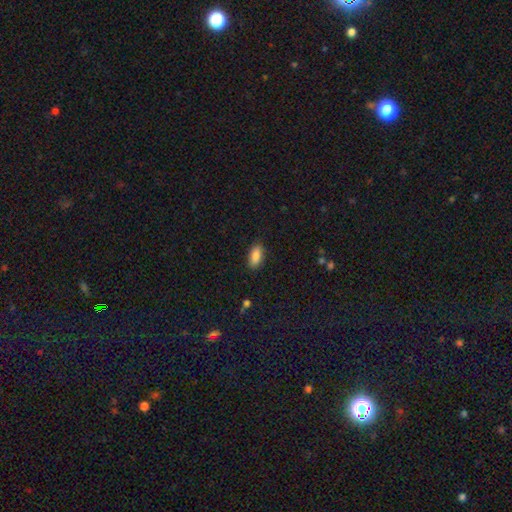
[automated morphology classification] Q: Smooth or featured?
A: smooth (86%); runner-up: star or artifact (7%)
Q: How rounded?
A: in between (86%); runner-up: cigar-shaped (12%)
Q: Merging?
A: none (84%); runner-up: minor disturbance (12%)